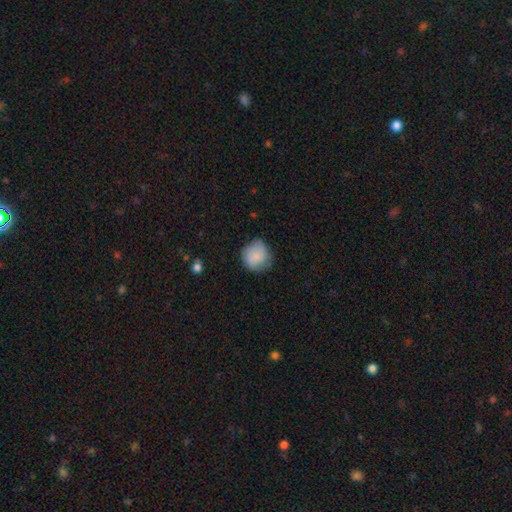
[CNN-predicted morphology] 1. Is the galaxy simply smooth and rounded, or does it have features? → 80% smooth, 13% featured or disk, 7% star or artifact.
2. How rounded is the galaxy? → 89% round, 10% in between, 1% cigar-shaped.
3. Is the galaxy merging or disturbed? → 68% none, 25% minor disturbance, 6% major disturbance, 1% merger.